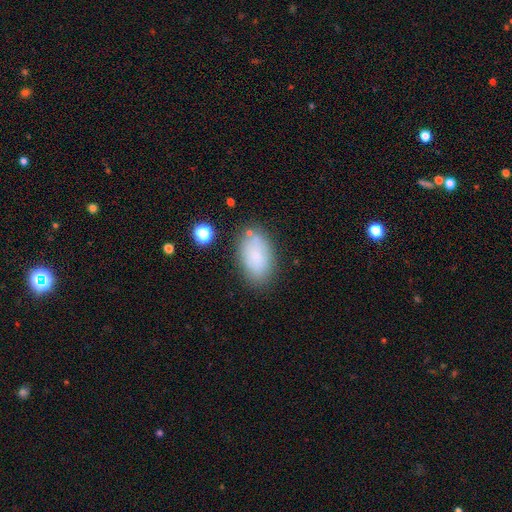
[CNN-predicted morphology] This is clearly a smooth galaxy (81%). How rounded: clearly in between (92%). Merging: likely none (74%).